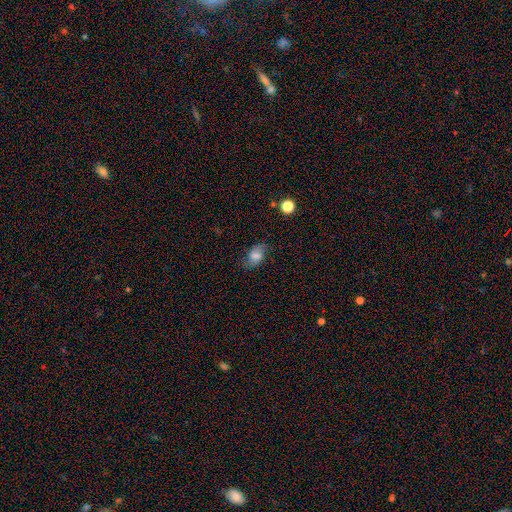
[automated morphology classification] Smooth or featured? smooth (61%)
How rounded? in between (84%)
Merging? none (69%)